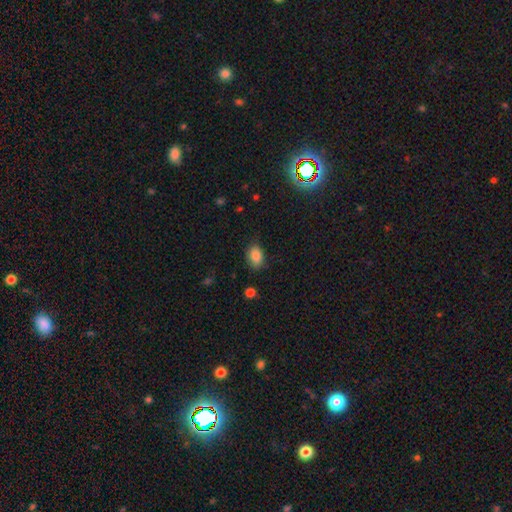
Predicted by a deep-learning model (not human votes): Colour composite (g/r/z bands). It shows a smooth galaxy with no disk features (86%) that is in between round and cigar-shaped (82%). Merging: none (79%).